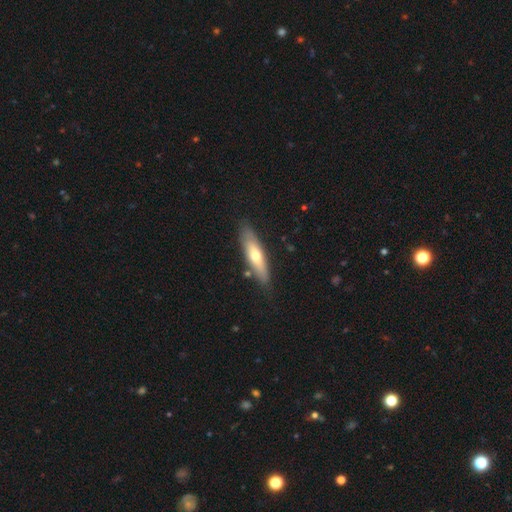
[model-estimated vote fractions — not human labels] smooth 54%, featured or disk 40%, star or artifact 6%. Down the decision tree: how rounded — cigar-shaped (65%); merging — none (81%).